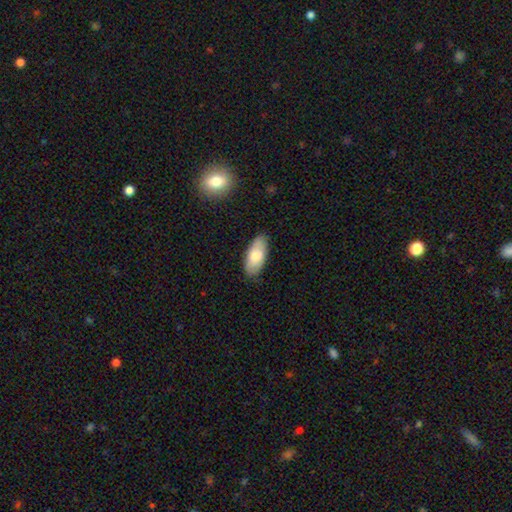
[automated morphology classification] smooth_or_featured: smooth (p=0.78) [alt: featured or disk p=0.16]
how_rounded: in between (p=0.90) [alt: cigar-shaped p=0.08]
merging: none (p=0.83) [alt: minor disturbance p=0.14]